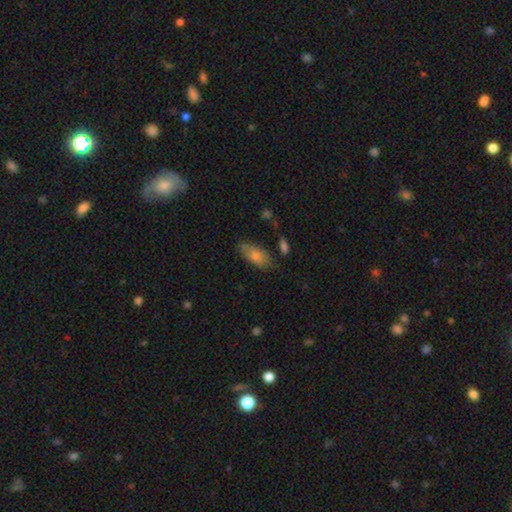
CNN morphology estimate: This appears to be a smooth galaxy with no disk features (69%) that is in between round and cigar-shaped (83%). Merging: none (74%).